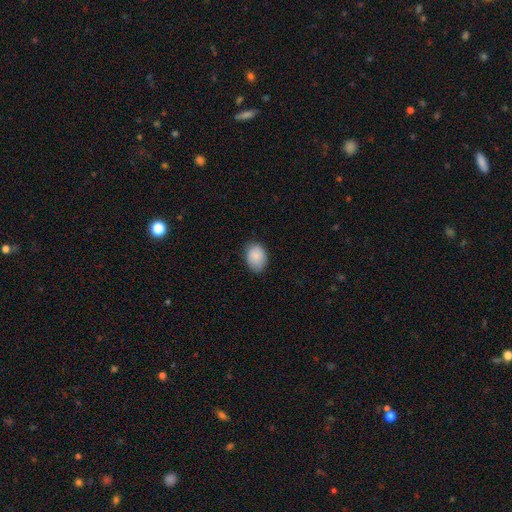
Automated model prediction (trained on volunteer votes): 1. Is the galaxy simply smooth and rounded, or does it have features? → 87% smooth, 7% star or artifact, 6% featured or disk.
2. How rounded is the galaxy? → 71% in between, 28% round, 1% cigar-shaped.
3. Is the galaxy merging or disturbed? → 77% none, 19% minor disturbance, 3% major disturbance, 1% merger.